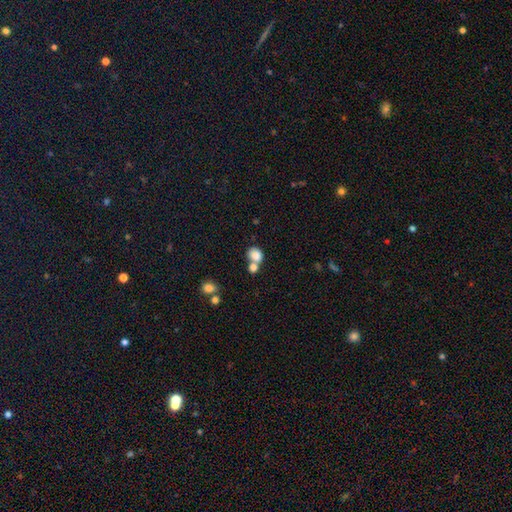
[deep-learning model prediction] smooth_or_featured: smooth (p=0.82) [alt: star or artifact p=0.10]
how_rounded: round (p=0.66) [alt: in between p=0.33]
merging: merger (p=0.49) [alt: none p=0.38]